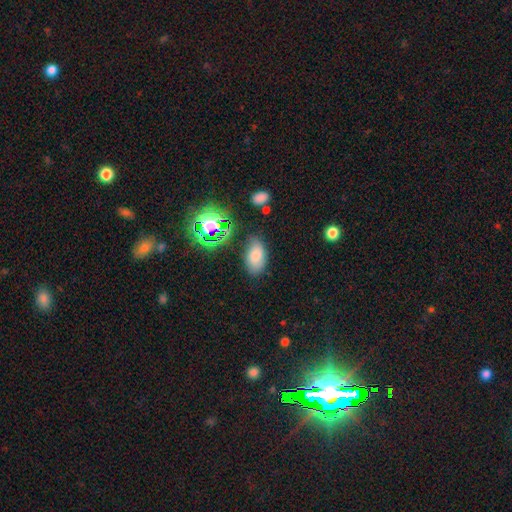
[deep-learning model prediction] Smooth or featured?
  - smooth: 74% *
  - star or artifact: 15%
  - featured or disk: 11%
How rounded?
  - in between: 92% *
  - round: 6%
  - cigar-shaped: 2%
Merging?
  - none: 74% *
  - minor disturbance: 17%
  - major disturbance: 5%
  - merger: 3%